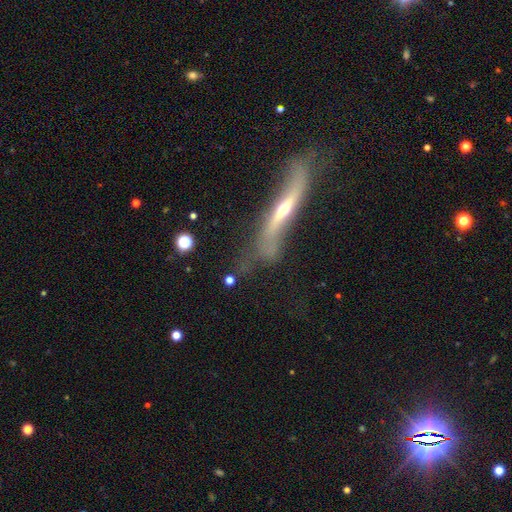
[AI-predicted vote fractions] This is likely a featured or disk galaxy (76%). It is likely viewed edge-on (65%). Merging: possibly none (56%).